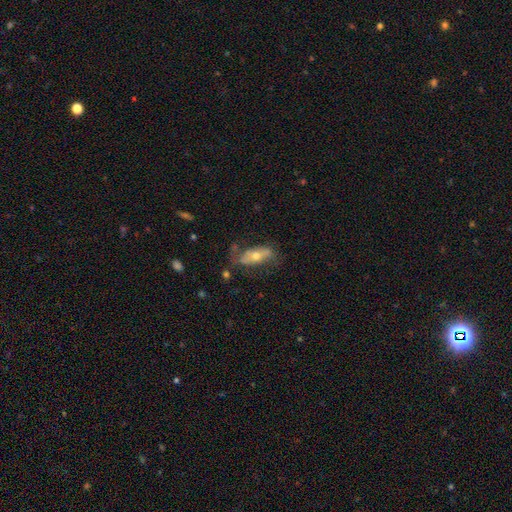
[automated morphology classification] A featured or disk galaxy (54%). Merging: none (60%).